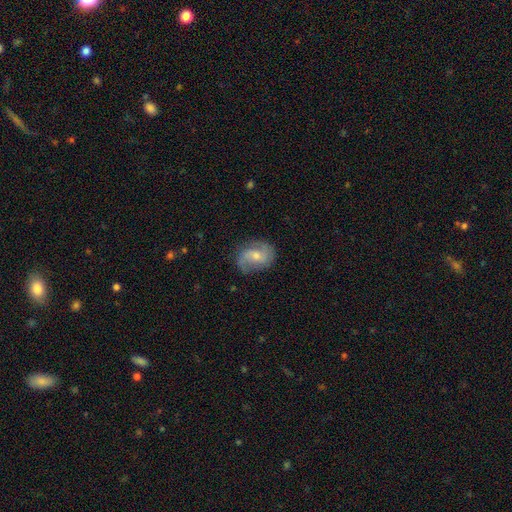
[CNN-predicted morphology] smooth_or_featured: featured or disk (p=0.70) [alt: smooth p=0.23]
disk_edge_on: no (p=0.97) [alt: yes p=0.03]
bar: no (p=0.49) [alt: weak p=0.42]
has_spiral_arms: yes (p=0.91) [alt: no p=0.09]
spiral_winding: loose (p=0.43) [alt: medium p=0.42]
spiral_arm_count: 2 (p=0.84) [alt: can't tell p=0.07]
bulge_size: moderate (p=0.48) [alt: small p=0.46]
merging: none (p=0.73) [alt: minor disturbance p=0.19]